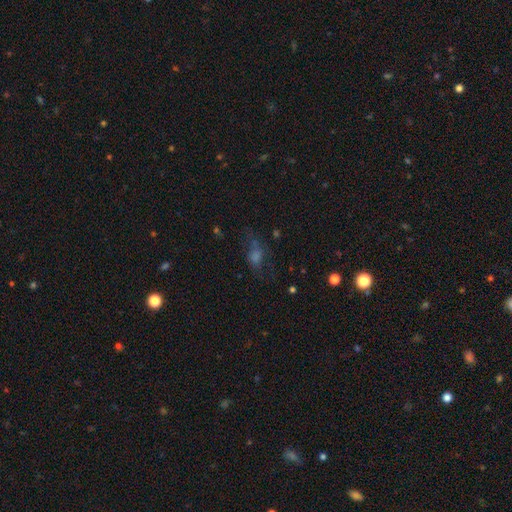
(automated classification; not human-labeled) This is marginally a smooth galaxy (40%). Merging: possibly none (54%).